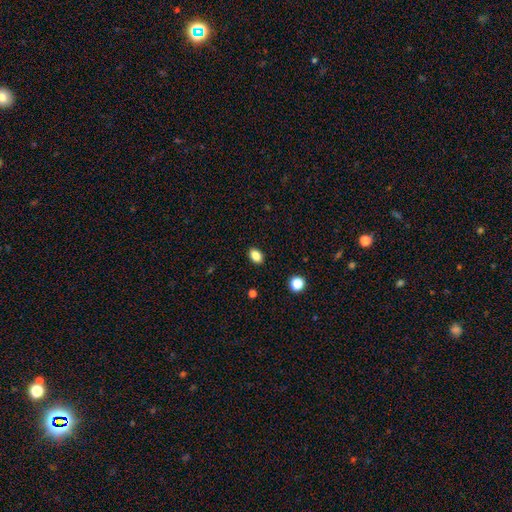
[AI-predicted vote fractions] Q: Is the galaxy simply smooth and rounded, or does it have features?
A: smooth — 86%.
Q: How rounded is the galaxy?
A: in between — 81%.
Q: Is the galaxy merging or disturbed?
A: none — 90%.